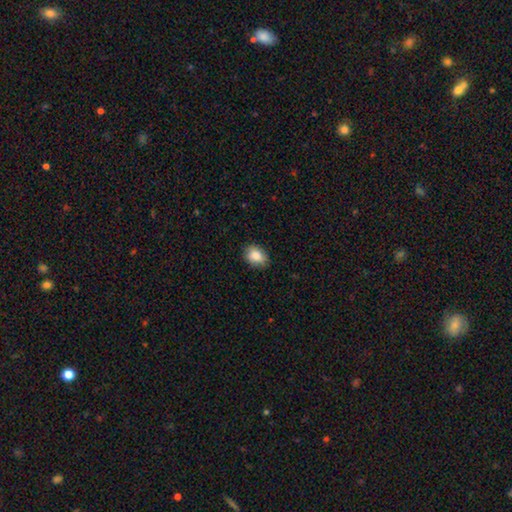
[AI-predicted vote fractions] smooth 86%, star or artifact 8%, featured or disk 7%. Down the decision tree: how rounded — in between (76%); merging — none (83%).